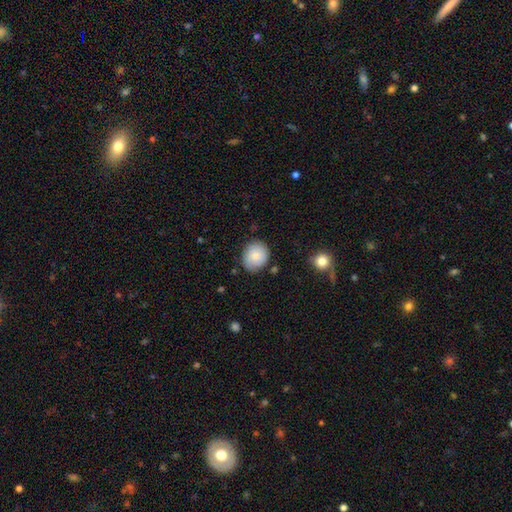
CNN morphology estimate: This is likely a smooth galaxy (77%). How rounded: likely round (77%). Merging: likely none (78%).